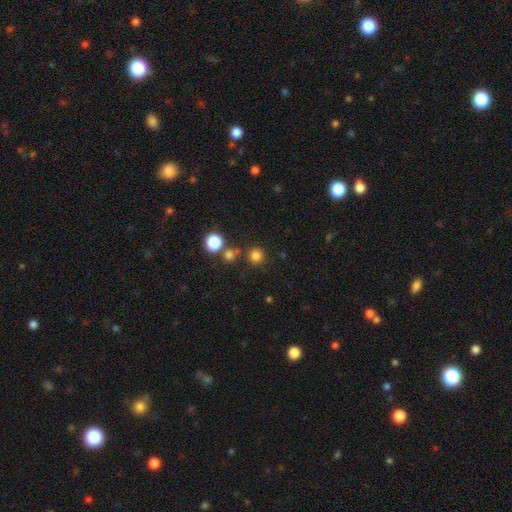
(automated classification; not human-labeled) smooth 79%, star or artifact 17%, featured or disk 5%. Down the decision tree: how rounded — round (94%); merging — none (81%).